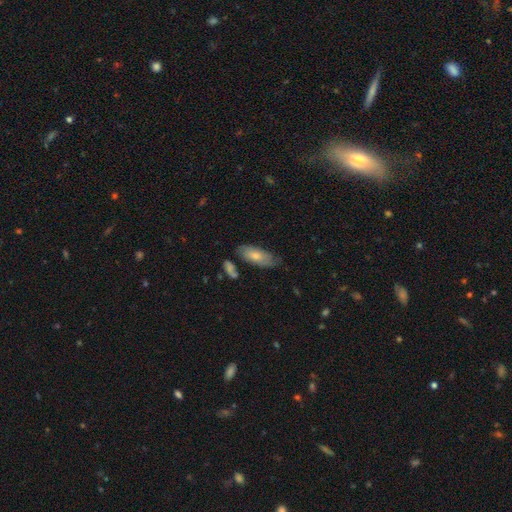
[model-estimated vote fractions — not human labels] This is likely a smooth galaxy (71%). How rounded: likely in between (79%). Merging: likely none (69%).